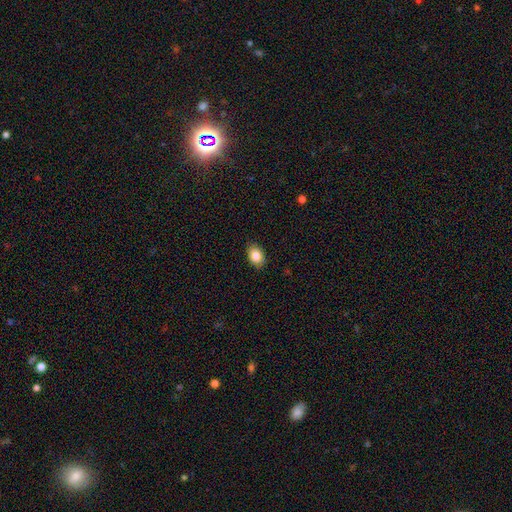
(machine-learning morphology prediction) A smooth galaxy with no disk features (85%) that is in between round and cigar-shaped (76%). Merging: none (88%).